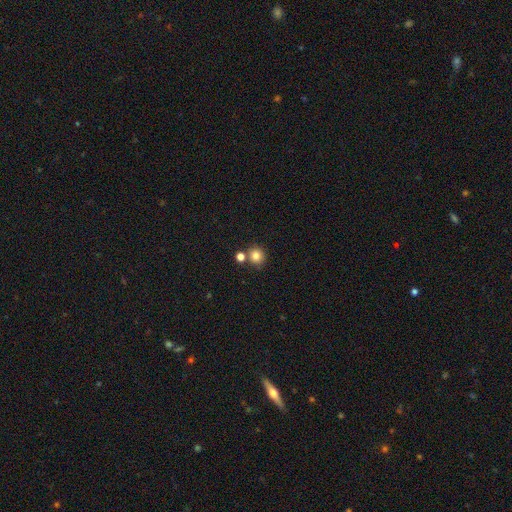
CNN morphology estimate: A smooth galaxy with no disk features (82%) that is round (90%).

Vote fractions:
- Smooth or featured? smooth: 82% / star or artifact: 12% / featured or disk: 6%
- How rounded? round: 90% / in between: 9% / cigar-shaped: 1%
- Merging? none: 72% / merger: 17% / minor disturbance: 8% / major disturbance: 3%